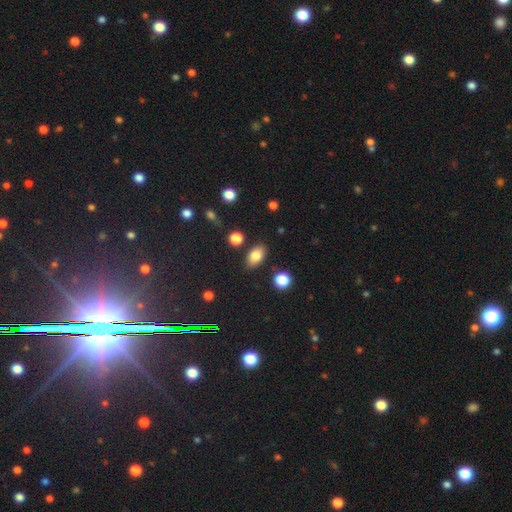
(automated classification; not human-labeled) Smooth or featured: smooth — 82% (featured or disk — 9%)
How rounded: in between — 87% (round — 11%)
Merging: none — 82% (minor disturbance — 11%)